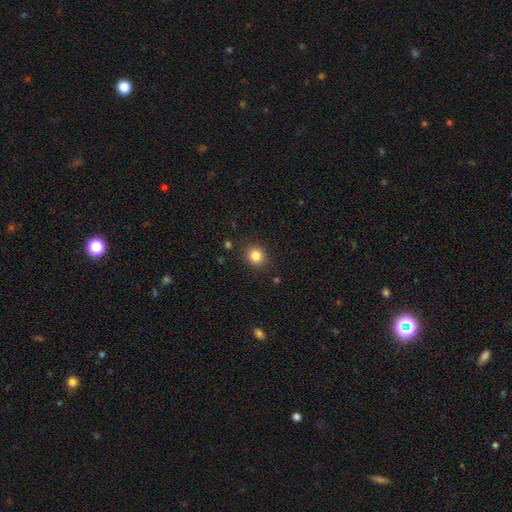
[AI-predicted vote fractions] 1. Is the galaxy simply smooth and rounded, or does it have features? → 83% smooth, 12% star or artifact, 5% featured or disk.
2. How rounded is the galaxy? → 83% round, 16% in between, 1% cigar-shaped.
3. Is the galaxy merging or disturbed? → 88% none, 8% minor disturbance, 2% major disturbance, 2% merger.